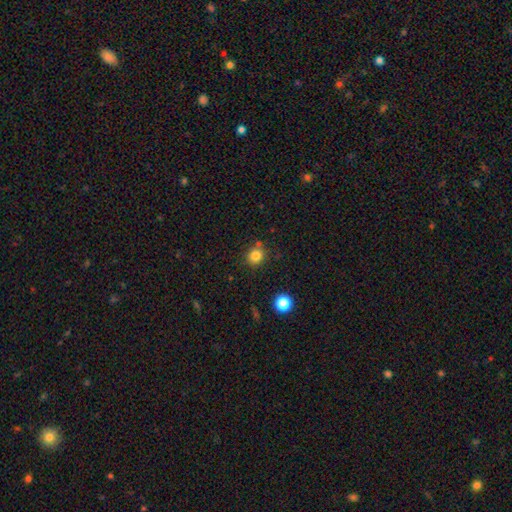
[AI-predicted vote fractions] Smooth or featured? Predicted: smooth (p=0.83). How rounded? Predicted: round (p=0.82). Merging? Predicted: none (p=0.81).